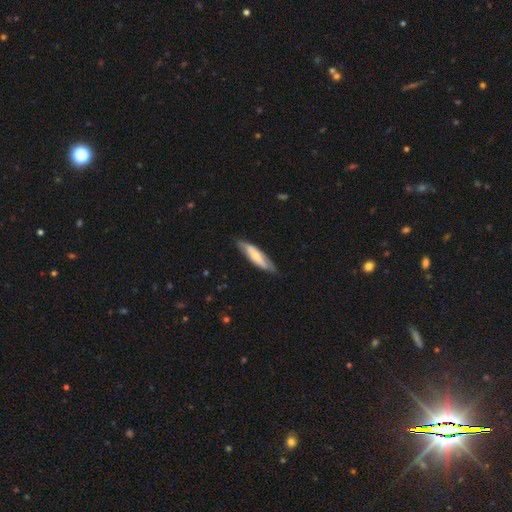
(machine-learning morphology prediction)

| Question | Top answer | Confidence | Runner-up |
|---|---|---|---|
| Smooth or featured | featured or disk | 48% | smooth (46%) |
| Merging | none | 79% | minor disturbance (17%) |